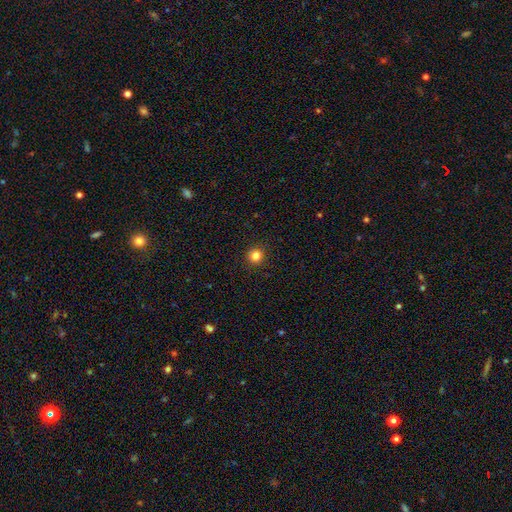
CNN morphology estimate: Q: Smooth or featured?
A: smooth (83%); runner-up: star or artifact (13%)
Q: How rounded?
A: round (94%); runner-up: in between (5%)
Q: Merging?
A: none (93%); runner-up: minor disturbance (5%)